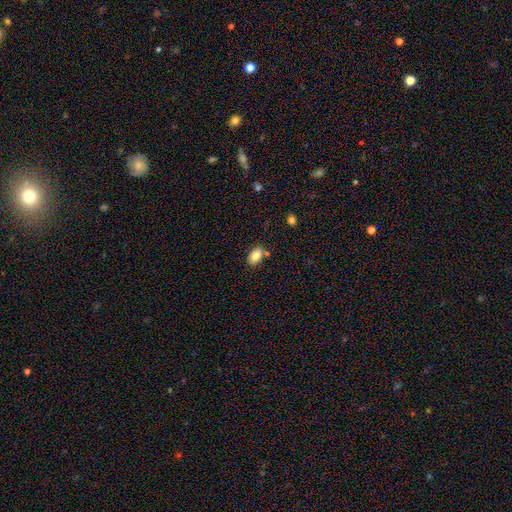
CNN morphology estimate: smooth 83%, featured or disk 9%, star or artifact 9%. Down the decision tree: how rounded — in between (86%); merging — none (73%).